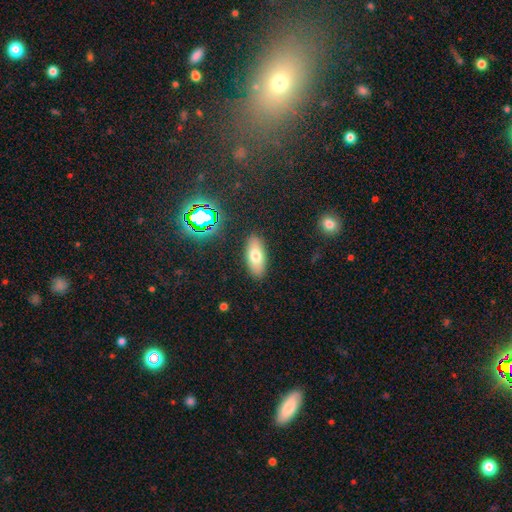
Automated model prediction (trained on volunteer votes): Smooth or featured? Predicted: smooth (p=0.72). How rounded? Predicted: in between (p=0.84). Merging? Predicted: none (p=0.88).